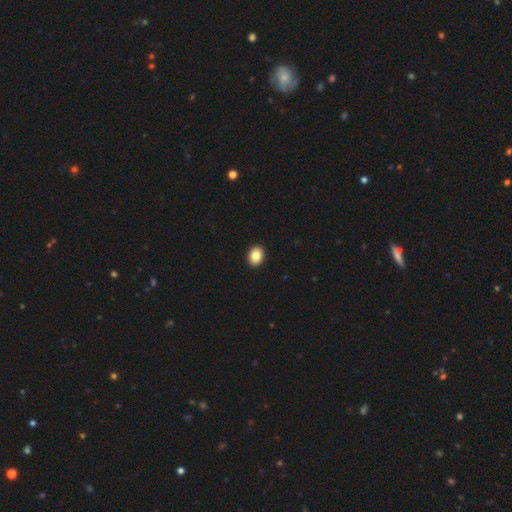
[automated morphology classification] This appears to be a smooth galaxy with no disk features (85%) that is in between round and cigar-shaped (60%). Merging: none (93%).